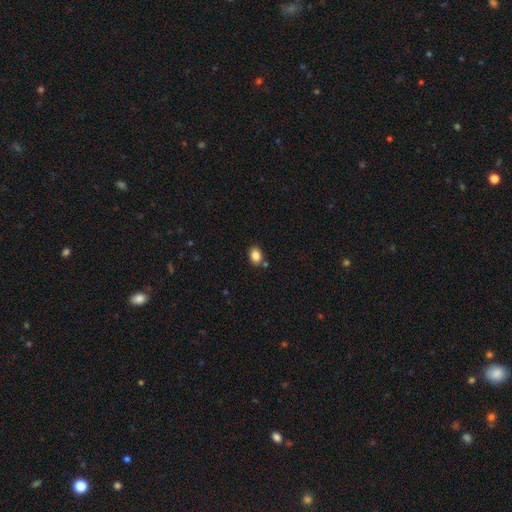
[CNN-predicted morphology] type=smooth (85%); roundness=in between (67%); merging=none (78%).